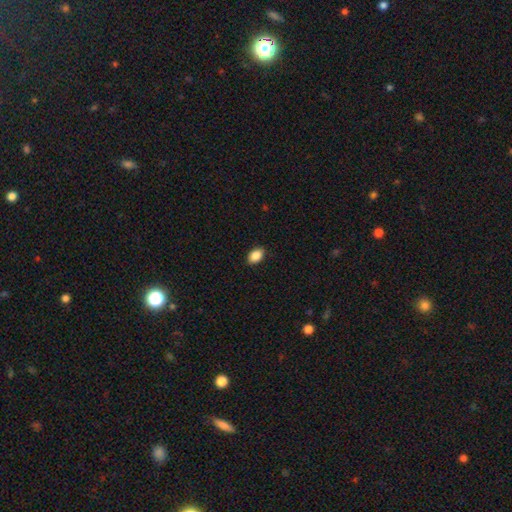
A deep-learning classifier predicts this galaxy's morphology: Q: Smooth or featured?
A: smooth (88%); runner-up: star or artifact (8%)
Q: How rounded?
A: in between (87%); runner-up: round (12%)
Q: Merging?
A: none (89%); runner-up: minor disturbance (8%)